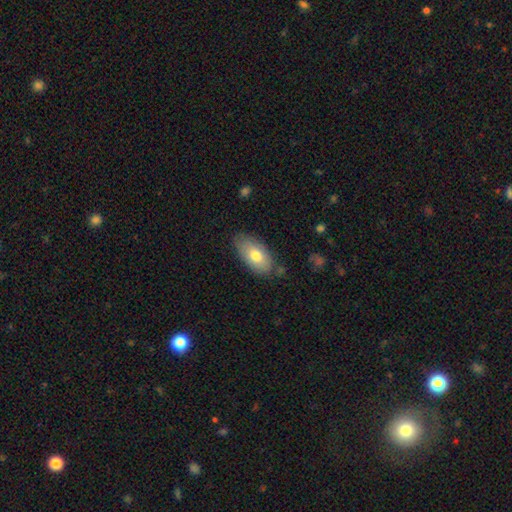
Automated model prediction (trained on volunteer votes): smooth_or_featured: smooth (p=0.74) [alt: featured or disk p=0.20]
how_rounded: in between (p=0.93) [alt: round p=0.04]
merging: none (p=0.77) [alt: minor disturbance p=0.17]